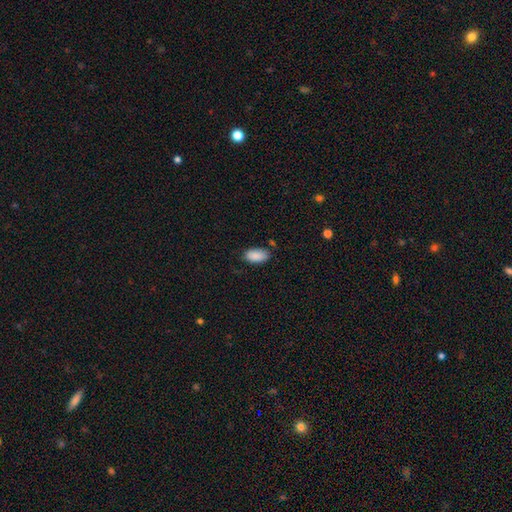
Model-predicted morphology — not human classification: This appears to be a smooth galaxy with no disk features (89%) that is in between round and cigar-shaped (94%). Merging: none (75%).